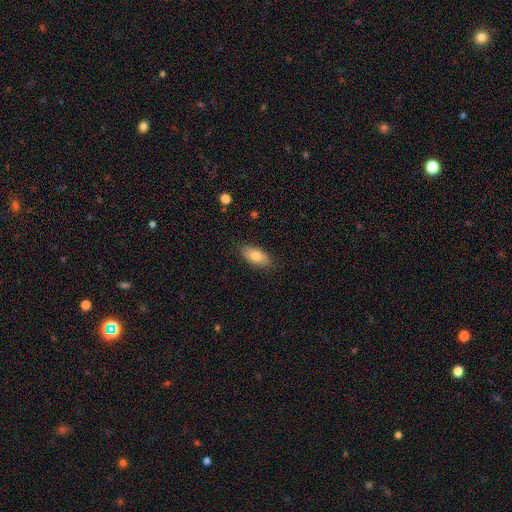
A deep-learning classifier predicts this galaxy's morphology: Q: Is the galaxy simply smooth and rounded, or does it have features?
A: smooth — 81%.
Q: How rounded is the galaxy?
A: in between — 90%.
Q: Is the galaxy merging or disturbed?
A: none — 86%.